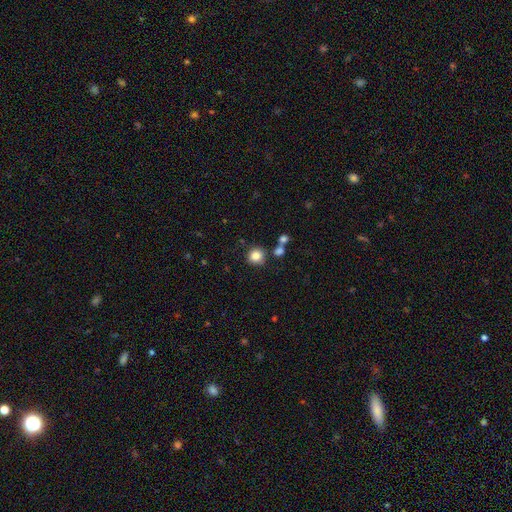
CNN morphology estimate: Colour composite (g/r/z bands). It shows a smooth galaxy with no disk features (84%) that is round (89%). Merging: none (79%).